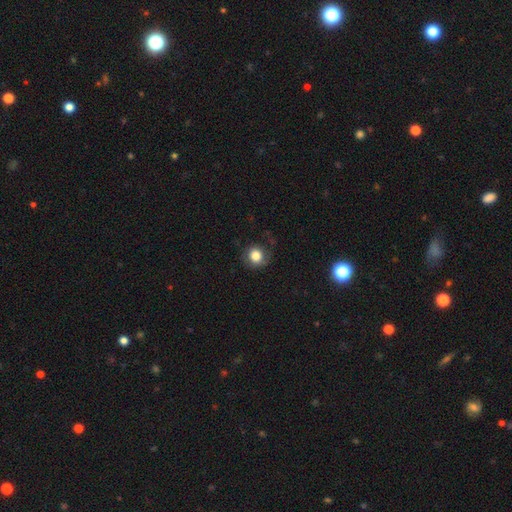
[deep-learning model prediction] Smooth or featured: smooth — 80% (featured or disk — 11%)
How rounded: round — 86% (in between — 14%)
Merging: none — 72% (minor disturbance — 18%)